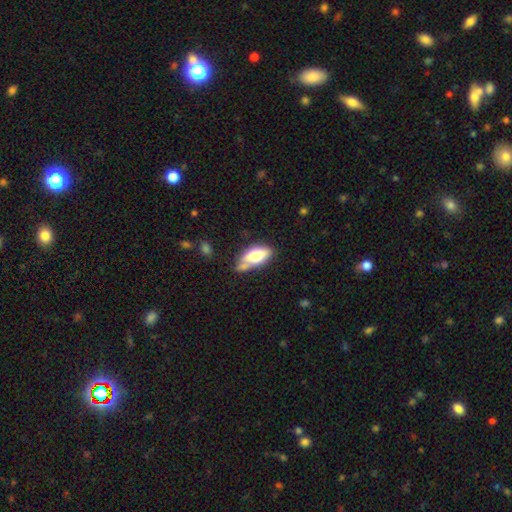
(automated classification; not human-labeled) This appears to be a smooth galaxy with no disk features (68%) that is in between round and cigar-shaped (84%). Merging: none (51%).